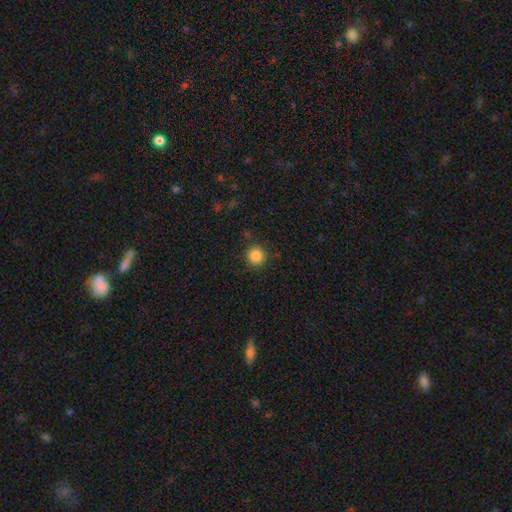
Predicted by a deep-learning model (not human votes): A smooth galaxy with no disk features (86%) that is round (94%). Merging: none (88%).